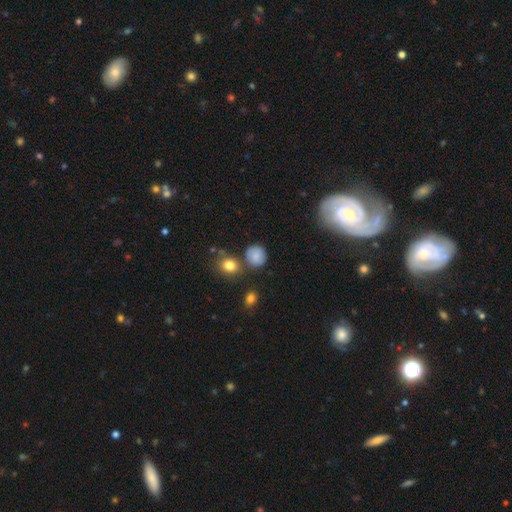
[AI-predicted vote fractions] This is clearly a smooth galaxy (81%). How rounded: clearly round (84%). Merging: likely none (74%).